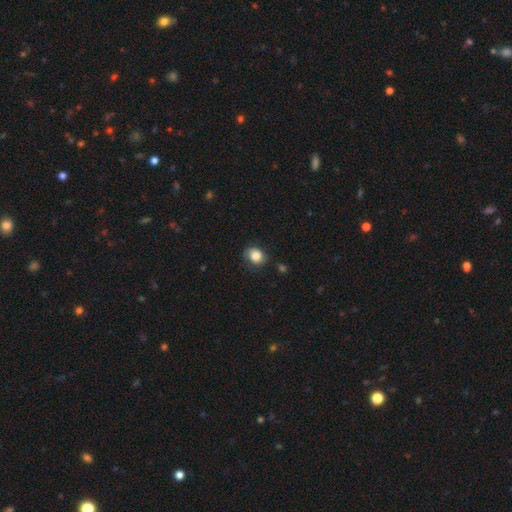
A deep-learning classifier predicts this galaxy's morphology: smooth-or-featured: smooth: 81% | featured or disk: 10% | star or artifact: 9%
  how-rounded: round: 60% | in between: 39% | cigar-shaped: 1%
  merging: none: 70% | minor disturbance: 23% | major disturbance: 6% | merger: 2%